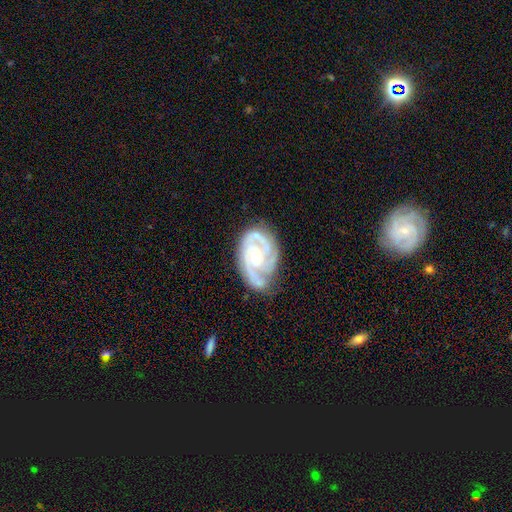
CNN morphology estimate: smooth-or-featured: featured or disk: 90% | smooth: 5% | star or artifact: 4%
  disk-edge-on: no: 97% | yes: 3%
    bar: no: 62% | weak: 30% | strong: 8%
    has-spiral-arms: yes: 98% | no: 2%
      spiral-winding: tight: 62% | medium: 33% | loose: 5%
      spiral-arm-count: 2: 40% | 3: 39% | can't tell: 9% | 4: 5% | 1: 4% | more than 4: 3%
    bulge-size: small: 56% | moderate: 40% | none: 2% | large: 2% | dominant: 1%
  merging: none: 65% | minor disturbance: 24% | major disturbance: 9% | merger: 2%